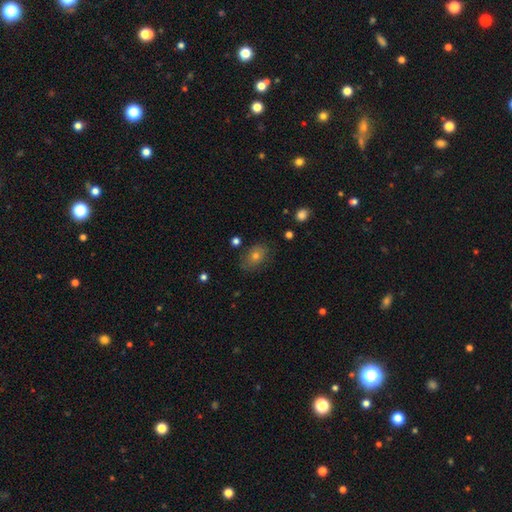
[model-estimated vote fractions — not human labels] Smooth or featured: smooth — 64% (featured or disk — 19%)
How rounded: in between — 70% (round — 28%)
Merging: none — 79% (minor disturbance — 15%)